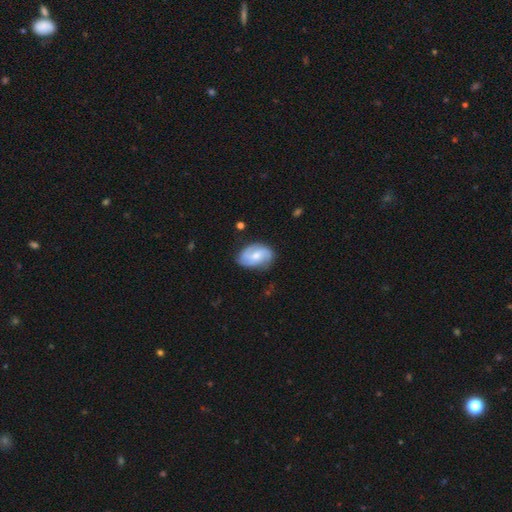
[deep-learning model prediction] Q: Smooth or featured?
A: featured or disk (67%); runner-up: smooth (27%)
Q: Edge-on disk?
A: no (97%); runner-up: yes (3%)
Q: Bar?
A: no (52%); runner-up: weak (40%)
Q: Spiral arms?
A: yes (92%); runner-up: no (8%)
Q: Spiral winding?
A: medium (44%); runner-up: tight (33%)
Q: Spiral arm count?
A: 2 (38%); runner-up: 3 (34%)
Q: Bulge size?
A: moderate (55%); runner-up: small (38%)
Q: Merging?
A: none (70%); runner-up: minor disturbance (22%)